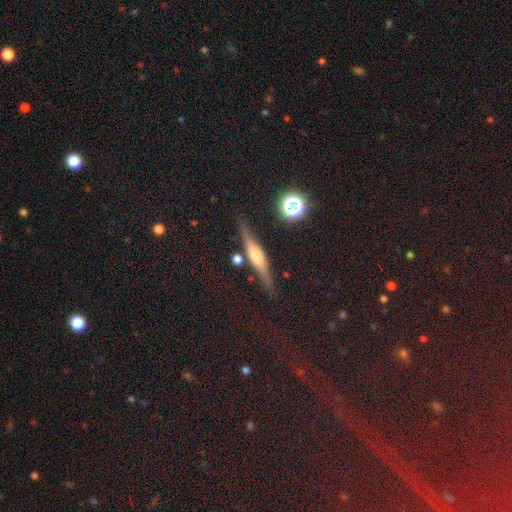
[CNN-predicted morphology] This appears to be a featured or disk galaxy (60%) viewed edge-on (94%) with a rounded central bulge (63%). Merging: none (82%).